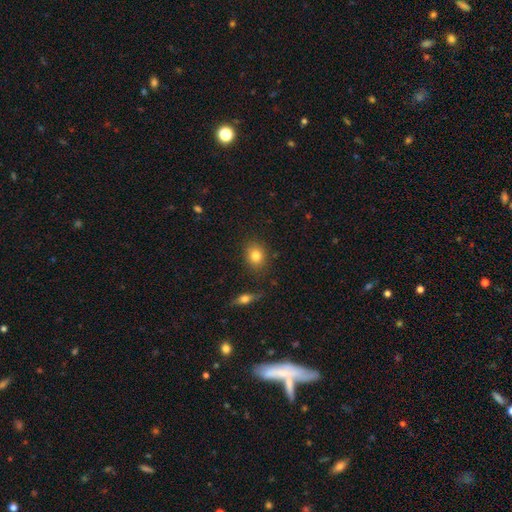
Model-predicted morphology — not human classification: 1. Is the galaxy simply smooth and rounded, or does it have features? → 81% smooth, 10% featured or disk, 10% star or artifact.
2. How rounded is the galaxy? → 58% round, 40% in between, 2% cigar-shaped.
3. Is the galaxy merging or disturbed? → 84% none, 10% minor disturbance, 3% merger, 3% major disturbance.